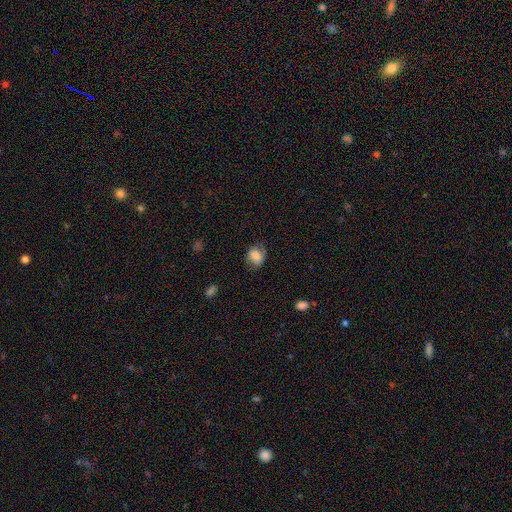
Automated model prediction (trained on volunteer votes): Smooth or featured?
  - smooth: 79% *
  - featured or disk: 13%
  - star or artifact: 9%
How rounded?
  - in between: 56% *
  - round: 42%
  - cigar-shaped: 1%
Merging?
  - none: 65% *
  - minor disturbance: 25%
  - major disturbance: 9%
  - merger: 1%